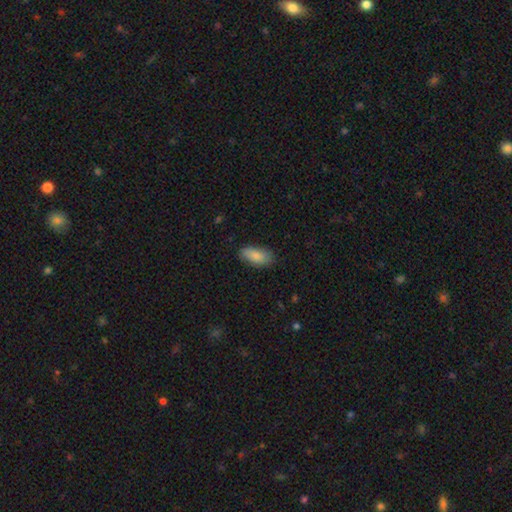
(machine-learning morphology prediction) This is clearly a smooth galaxy (85%). How rounded: clearly in between (90%). Merging: clearly none (80%).